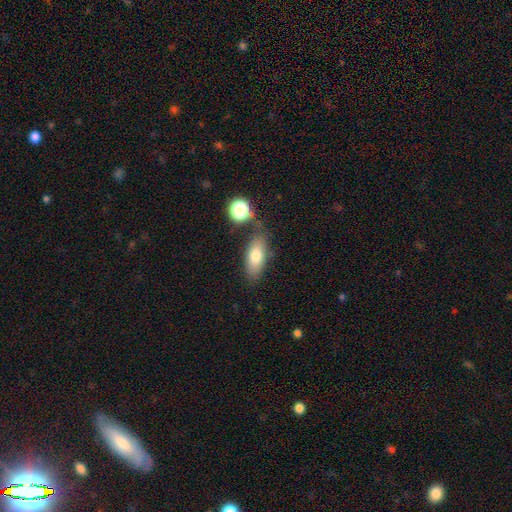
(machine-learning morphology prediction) Smooth or featured? smooth (75%)
How rounded? in between (78%)
Merging? none (71%)